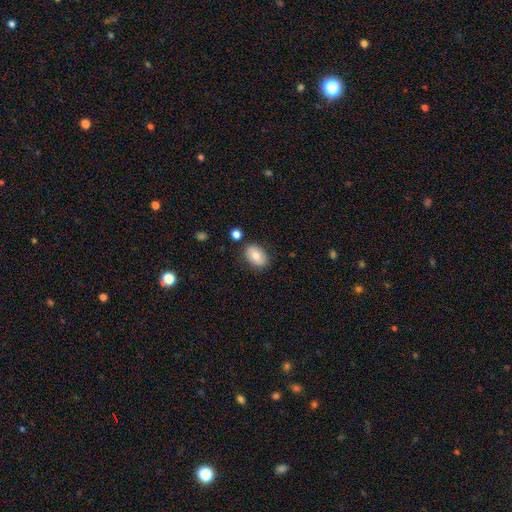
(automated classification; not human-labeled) Morphology: type=smooth (78%); roundness=in between (83%); merging=none (83%).